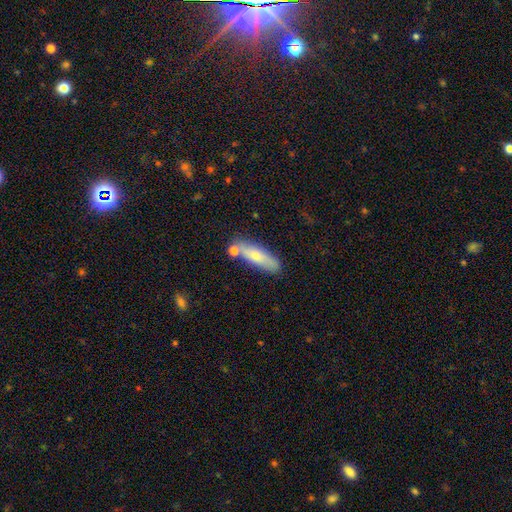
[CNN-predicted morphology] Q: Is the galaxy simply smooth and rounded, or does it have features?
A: smooth — 69%.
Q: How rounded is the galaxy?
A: cigar-shaped — 55%.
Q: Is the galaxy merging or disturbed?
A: none — 69%.